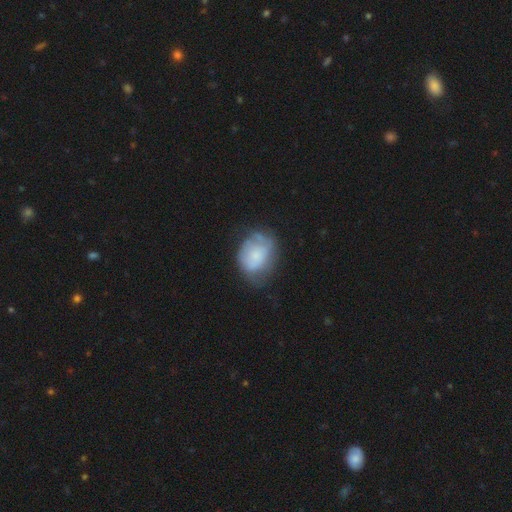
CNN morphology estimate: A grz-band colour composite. It shows a smooth galaxy with no disk features (61%) that is in between round and cigar-shaped (59%). Merging: none (44%).